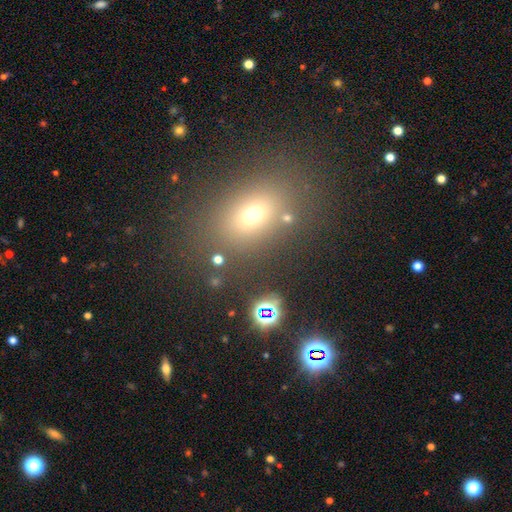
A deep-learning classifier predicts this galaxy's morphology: type=smooth (57%); roundness=in between (67%); merging=none (82%).